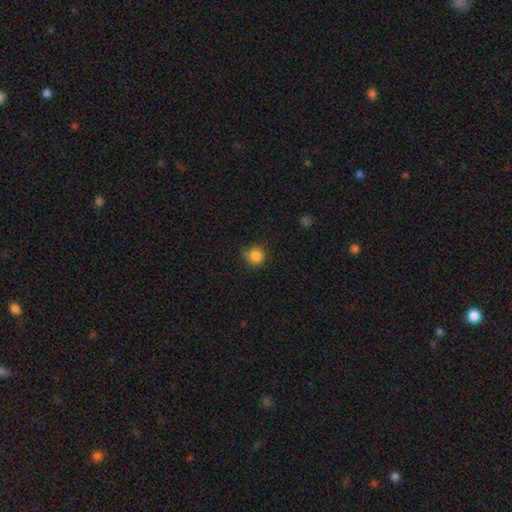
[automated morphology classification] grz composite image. It shows a smooth galaxy with no disk features (85%) that is round (90%). Merging: none (69%).